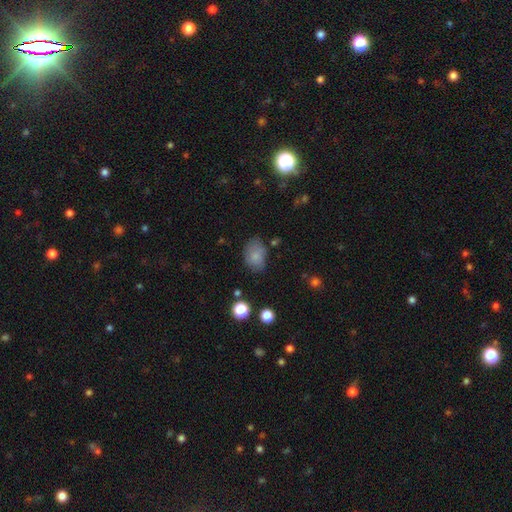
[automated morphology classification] type=smooth (78%); roundness=in between (81%); merging=none (62%).